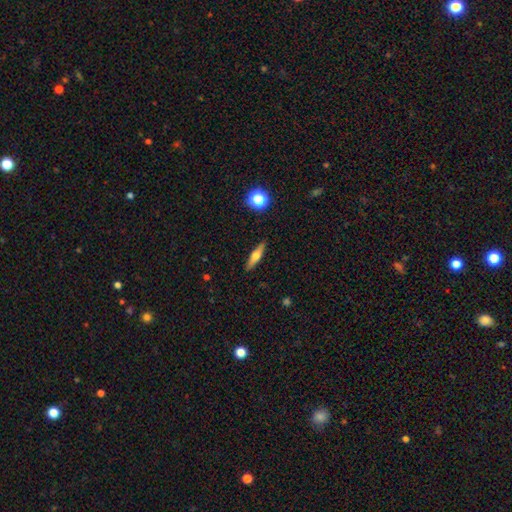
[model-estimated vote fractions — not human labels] This is possibly a featured or disk galaxy (48%). Merging: clearly none (90%).